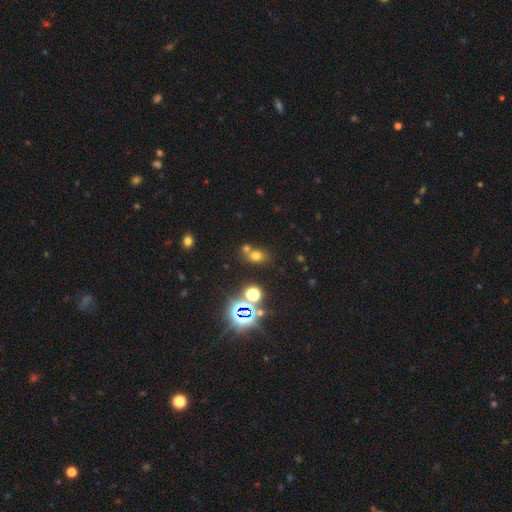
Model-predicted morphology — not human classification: Smooth or featured? Predicted: smooth (p=0.62). How rounded? Predicted: in between (p=0.50). Merging? Predicted: none (p=0.57).